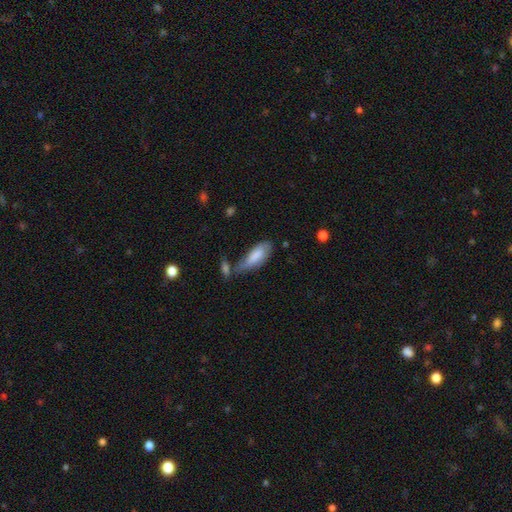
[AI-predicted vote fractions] Smooth or featured: smooth — 77% (featured or disk — 17%)
How rounded: in between — 71% (cigar-shaped — 27%)
Merging: none — 42% (minor disturbance — 30%)